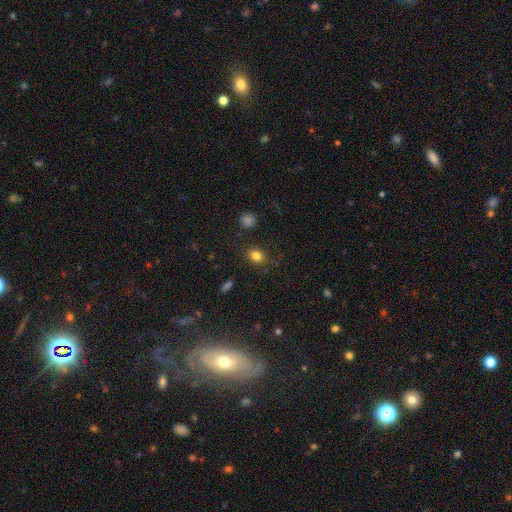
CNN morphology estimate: Overall: smooth (82%). How rounded: round (59%; in between 40%). Merging: none (81%).